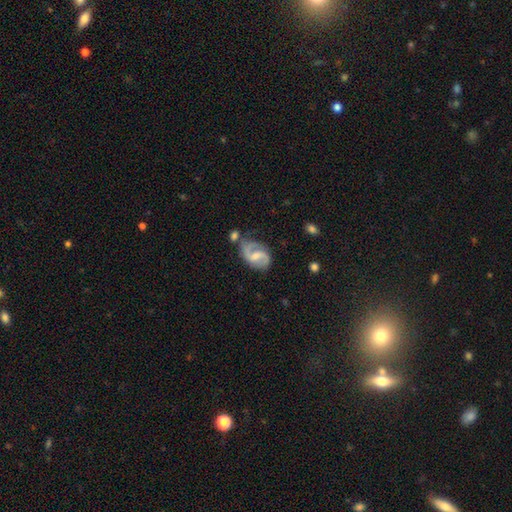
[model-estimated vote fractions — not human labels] The model was most divided on "bulge size": moderate: 44%, small: 42%, none: 10%, large: 3%, dominant: 1%. More confident: edge-on disk — no (98%); spiral arms — yes (96%); spiral arm count — 2 (91%); smooth or featured — featured or disk (84%); merging — none (64%); bar — weak (55%); spiral winding — medium (52%).